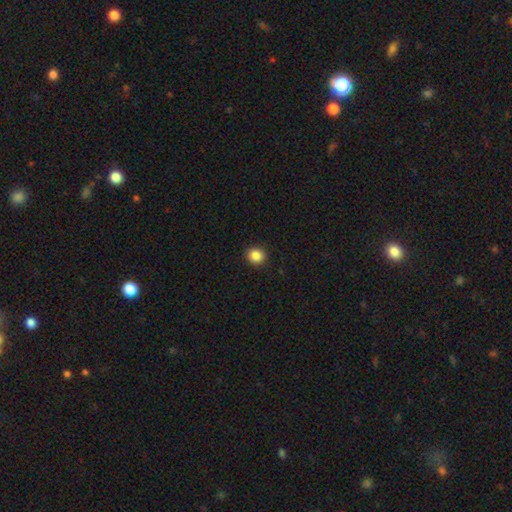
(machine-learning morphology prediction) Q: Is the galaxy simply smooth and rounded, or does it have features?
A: smooth — 86%.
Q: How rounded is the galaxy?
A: round — 84%.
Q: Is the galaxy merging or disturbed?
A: none — 92%.